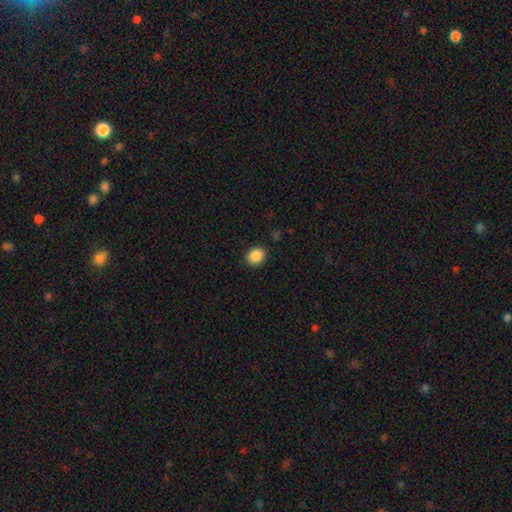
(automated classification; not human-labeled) Smooth or featured? smooth (88%)
How rounded? round (63%)
Merging? none (89%)